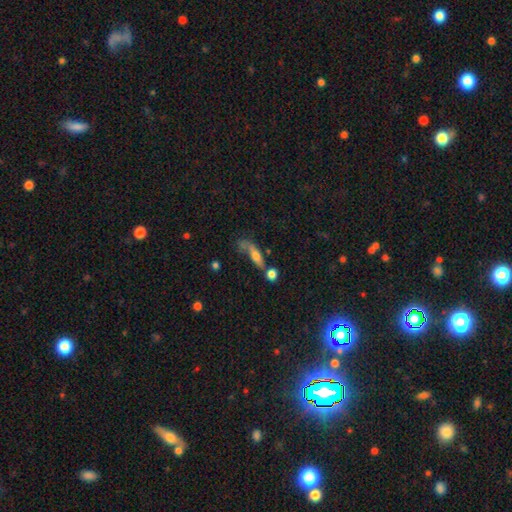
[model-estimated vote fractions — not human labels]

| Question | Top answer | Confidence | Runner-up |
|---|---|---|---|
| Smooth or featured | smooth | 58% | featured or disk (32%) |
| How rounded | cigar-shaped | 56% | in between (38%) |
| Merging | none | 36% | merger (24%) |